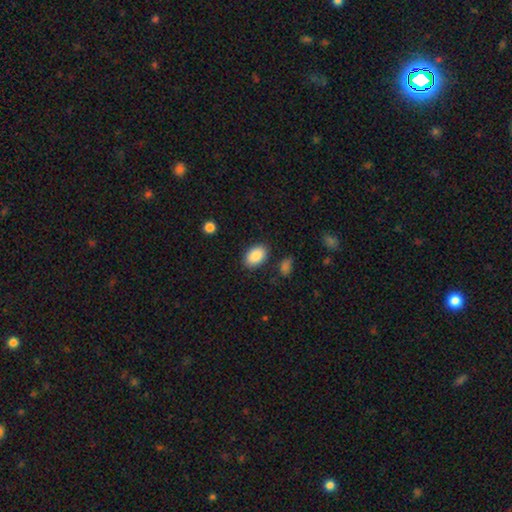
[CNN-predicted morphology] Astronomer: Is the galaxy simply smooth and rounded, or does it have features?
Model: smooth — 89%.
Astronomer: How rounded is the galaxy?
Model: in between — 90%.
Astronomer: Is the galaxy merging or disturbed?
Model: none — 85%.